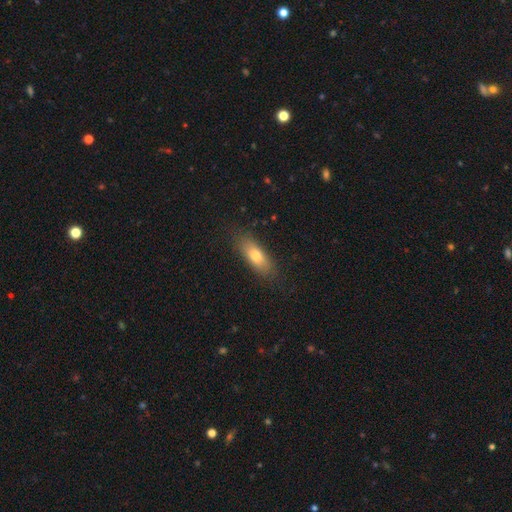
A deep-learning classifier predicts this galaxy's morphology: A smooth galaxy with no disk features (72%) that is in between round and cigar-shaped (64%). Merging: none (83%).